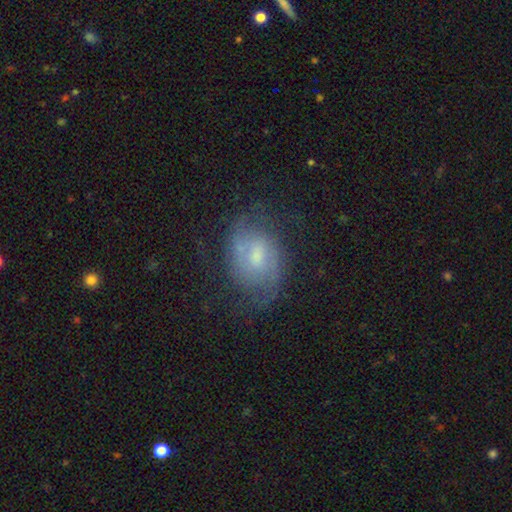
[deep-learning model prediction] featured or disk 71%, smooth 21%, star or artifact 9%. Down the decision tree: edge-on disk — no (97%); bar — weak (51%); spiral arms — yes (89%); spiral arm count — 2 (70%); spiral winding — medium (47%); bulge size — moderate (46%); merging — none (65%).